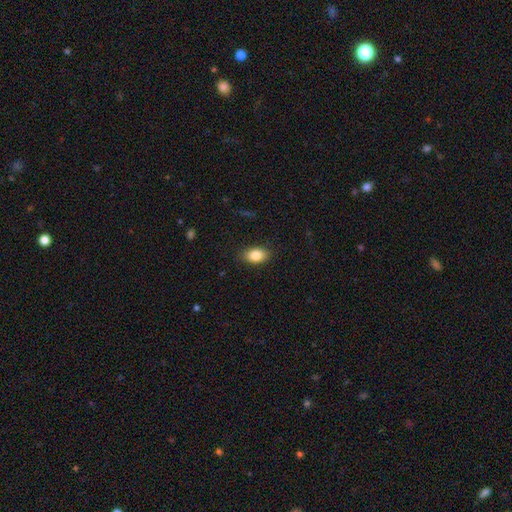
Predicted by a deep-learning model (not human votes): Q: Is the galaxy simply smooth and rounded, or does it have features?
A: smooth — 84%.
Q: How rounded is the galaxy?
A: in between — 88%.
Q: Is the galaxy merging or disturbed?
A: none — 87%.